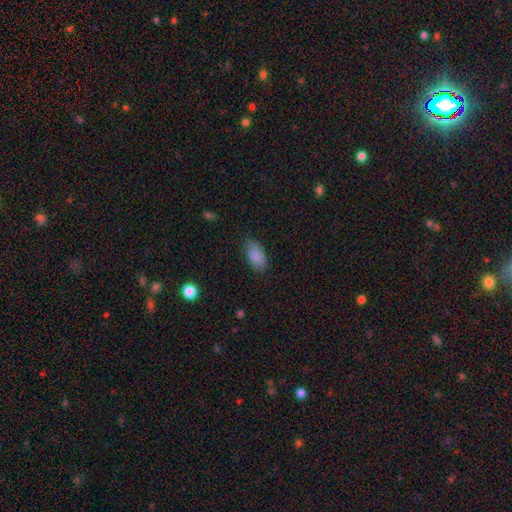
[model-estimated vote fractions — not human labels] The model was most divided on "merging": none: 78%, minor disturbance: 17%, major disturbance: 4%, merger: 1%. More confident: how rounded — in between (92%); smooth or featured — smooth (87%).